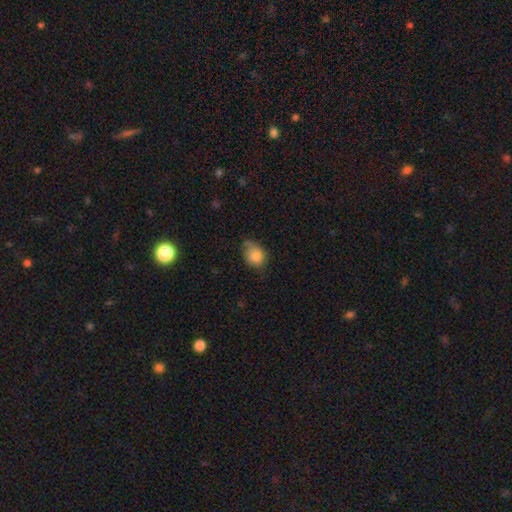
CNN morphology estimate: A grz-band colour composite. It shows a smooth galaxy with no disk features (83%) that is in between round and cigar-shaped (56%). Merging: none (46%).